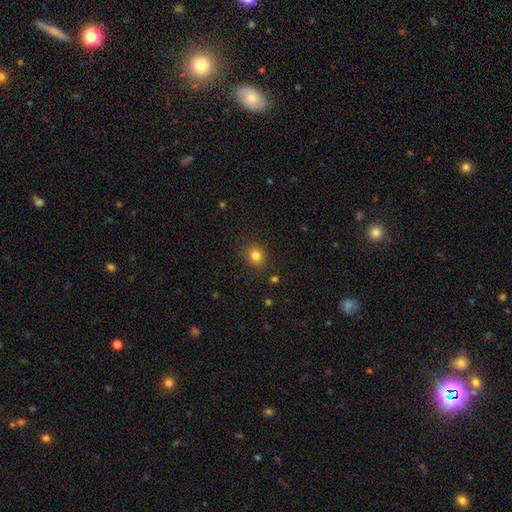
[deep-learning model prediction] Smooth or featured: smooth — 81% (star or artifact — 13%)
How rounded: round — 79% (in between — 20%)
Merging: none — 88% (minor disturbance — 8%)